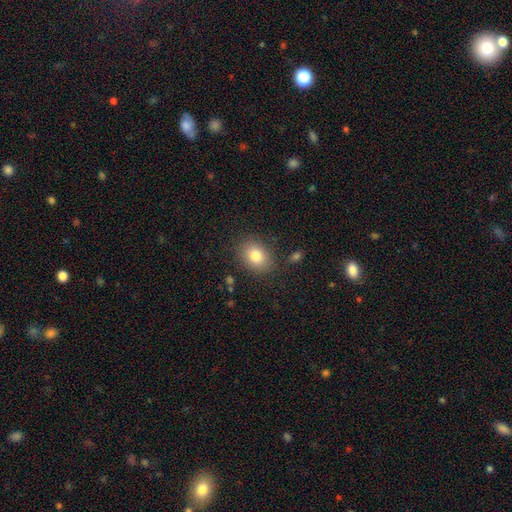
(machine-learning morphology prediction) smooth 81%, featured or disk 10%, star or artifact 9%. Down the decision tree: how rounded — in between (64%); merging — none (84%).